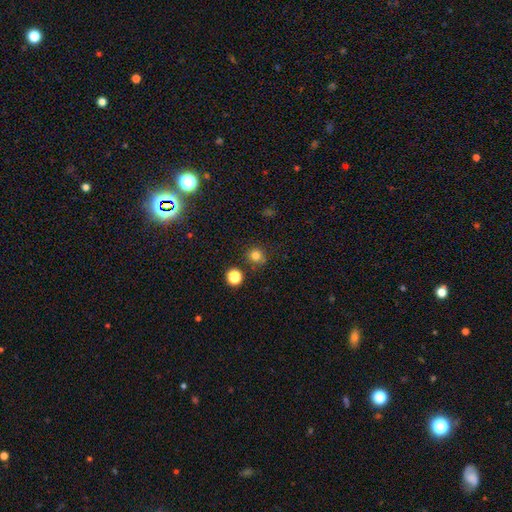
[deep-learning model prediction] This is clearly a smooth galaxy (80%). How rounded: clearly round (91%). Merging: clearly none (82%).